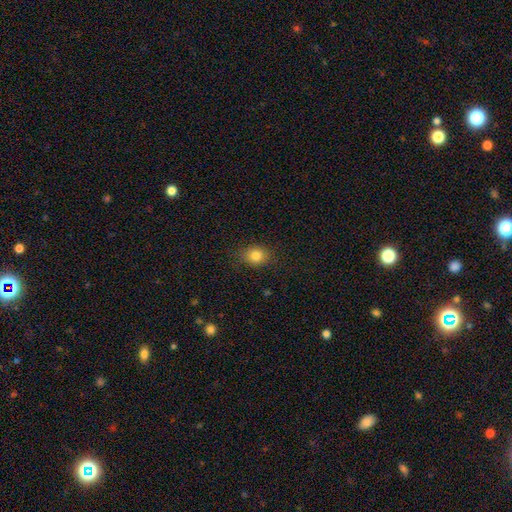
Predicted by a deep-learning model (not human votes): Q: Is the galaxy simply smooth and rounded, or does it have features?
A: smooth — 83%.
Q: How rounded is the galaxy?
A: round — 60%.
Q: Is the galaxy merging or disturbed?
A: none — 84%.